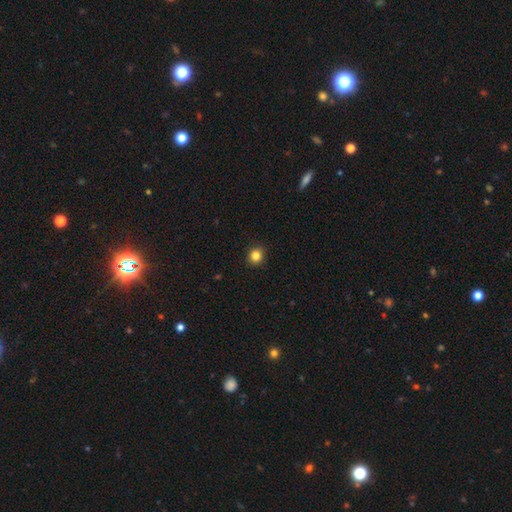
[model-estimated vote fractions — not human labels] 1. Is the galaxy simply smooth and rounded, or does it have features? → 84% smooth, 11% star or artifact, 5% featured or disk.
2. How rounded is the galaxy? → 81% round, 18% in between, 1% cigar-shaped.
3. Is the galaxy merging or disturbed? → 91% none, 6% minor disturbance, 2% major disturbance, 1% merger.